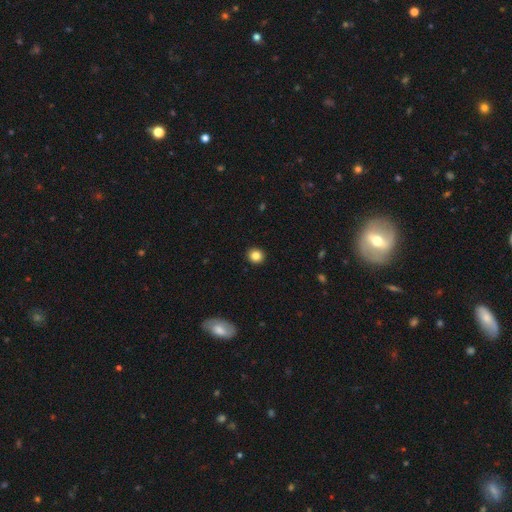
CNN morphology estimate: smooth_or_featured: smooth (p=0.85) [alt: star or artifact p=0.10]
how_rounded: round (p=0.89) [alt: in between p=0.10]
merging: none (p=0.93) [alt: minor disturbance p=0.05]